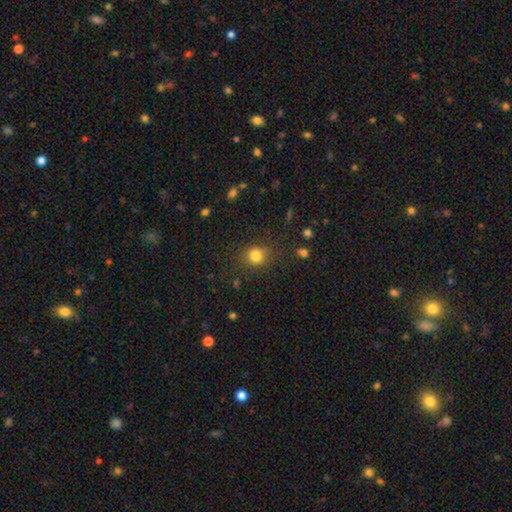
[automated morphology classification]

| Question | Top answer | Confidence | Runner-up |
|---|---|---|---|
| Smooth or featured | smooth | 81% | star or artifact (13%) |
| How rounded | round | 81% | in between (18%) |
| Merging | none | 81% | minor disturbance (12%) |